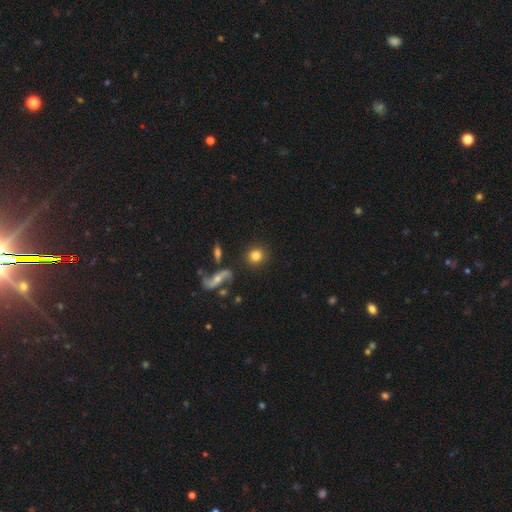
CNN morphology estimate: Smooth or featured: smooth — 79% (featured or disk — 13%)
How rounded: round — 90% (in between — 9%)
Merging: none — 86% (minor disturbance — 7%)